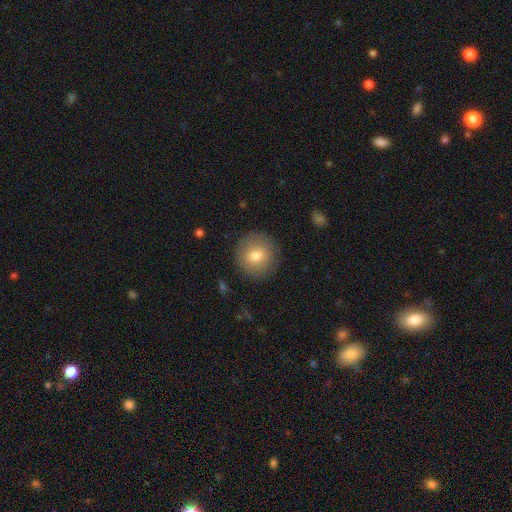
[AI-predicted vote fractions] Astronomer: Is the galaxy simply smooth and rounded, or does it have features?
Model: smooth — 75%.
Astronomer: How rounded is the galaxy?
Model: round — 93%.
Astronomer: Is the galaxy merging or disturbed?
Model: none — 88%.